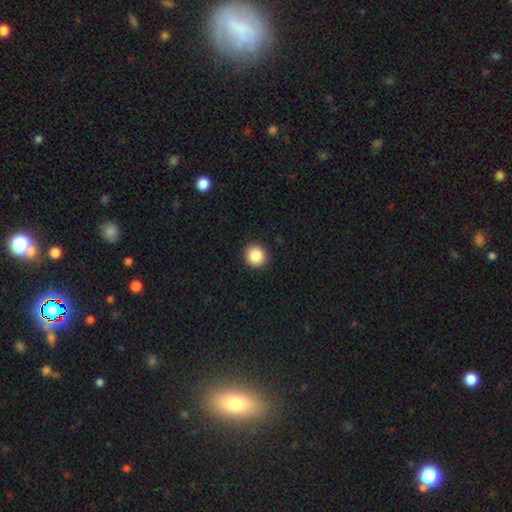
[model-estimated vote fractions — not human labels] smooth_or_featured: smooth (p=0.87) [alt: star or artifact p=0.09]
how_rounded: round (p=0.91) [alt: in between p=0.09]
merging: none (p=0.92) [alt: minor disturbance p=0.05]